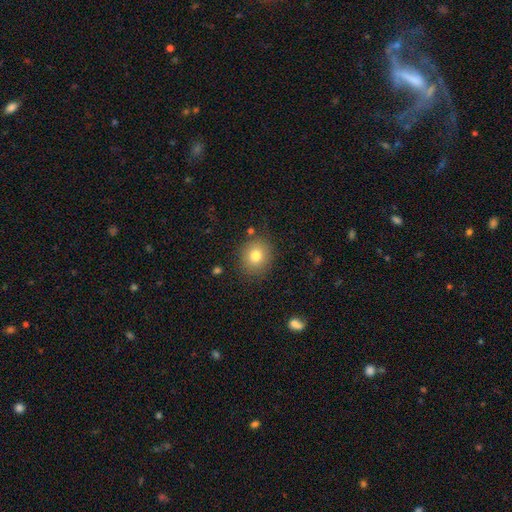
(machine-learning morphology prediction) Smooth or featured? smooth (78%)
How rounded? round (77%)
Merging? none (84%)